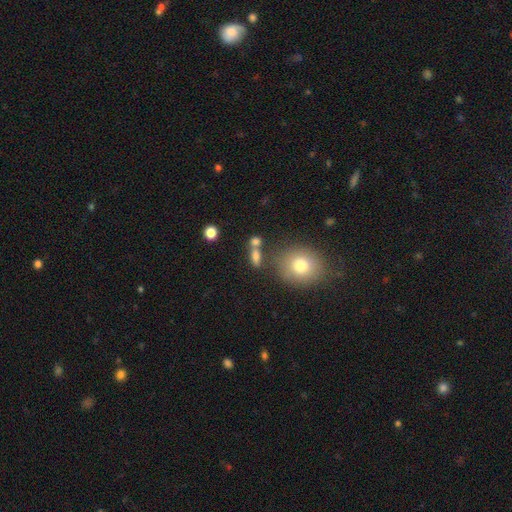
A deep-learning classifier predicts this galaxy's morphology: type=smooth (76%); roundness=in between (60%); merging=none (53%).